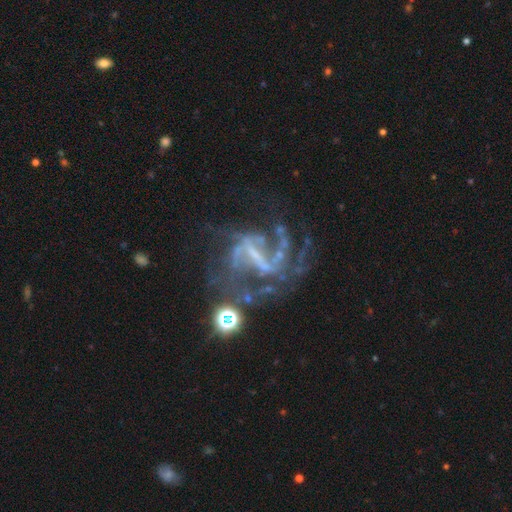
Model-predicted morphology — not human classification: smooth-or-featured: featured or disk: 80% | star or artifact: 14% | smooth: 6%
  disk-edge-on: no: 97% | yes: 3%
    bar: strong: 52% | weak: 31% | no: 17%
    has-spiral-arms: yes: 79% | no: 21%
      spiral-winding: loose: 43% | medium: 39% | tight: 18%
      spiral-arm-count: 2: 36% | can't tell: 28% | 3: 14% | 1: 9% | 4: 7% | more than 4: 6%
    bulge-size: none: 50% | small: 33% | moderate: 13% | large: 2% | dominant: 1%
  merging: major disturbance: 40% | none: 36% | minor disturbance: 15% | merger: 9%